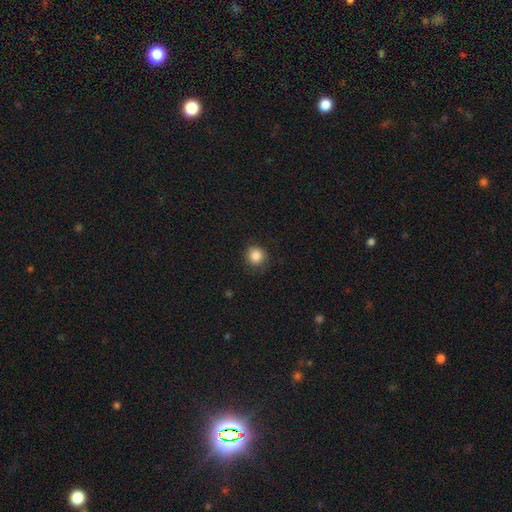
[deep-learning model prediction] smooth_or_featured: smooth (p=0.86) [alt: star or artifact p=0.10]
how_rounded: round (p=0.92) [alt: in between p=0.07]
merging: none (p=0.83) [alt: minor disturbance p=0.13]